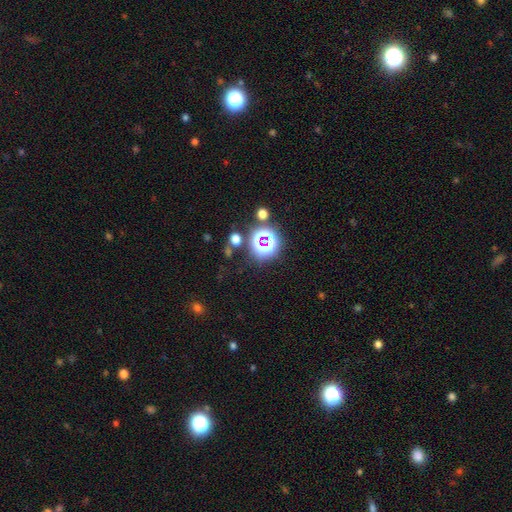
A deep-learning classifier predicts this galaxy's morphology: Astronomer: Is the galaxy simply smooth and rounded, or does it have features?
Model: star or artifact — 79%.